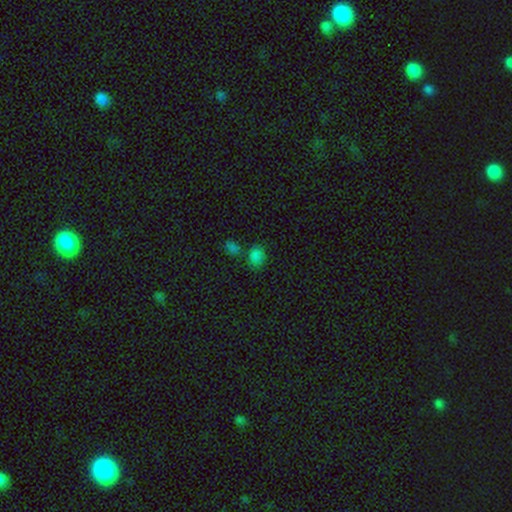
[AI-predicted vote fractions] Smooth or featured? Predicted: smooth (p=0.77). How rounded? Predicted: in between (p=0.62). Merging? Predicted: none (p=0.66).